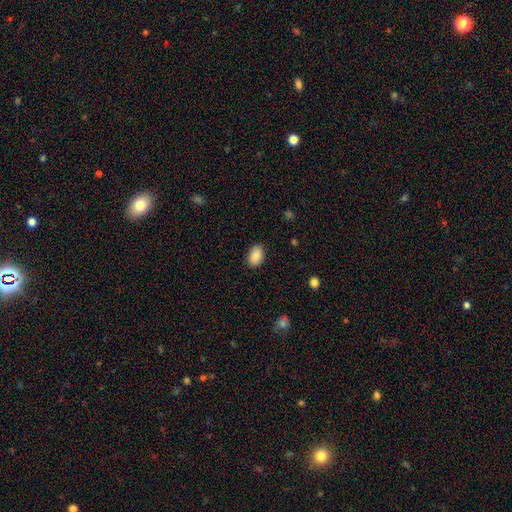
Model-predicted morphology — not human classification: Q: Smooth or featured?
A: smooth (88%); runner-up: star or artifact (7%)
Q: How rounded?
A: in between (86%); runner-up: round (13%)
Q: Merging?
A: none (87%); runner-up: minor disturbance (9%)